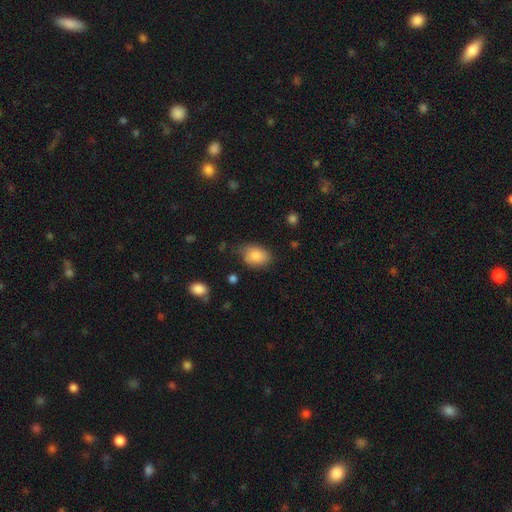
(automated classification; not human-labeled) A smooth galaxy with no disk features (84%) that is in between round and cigar-shaped (80%). Merging: none (66%).